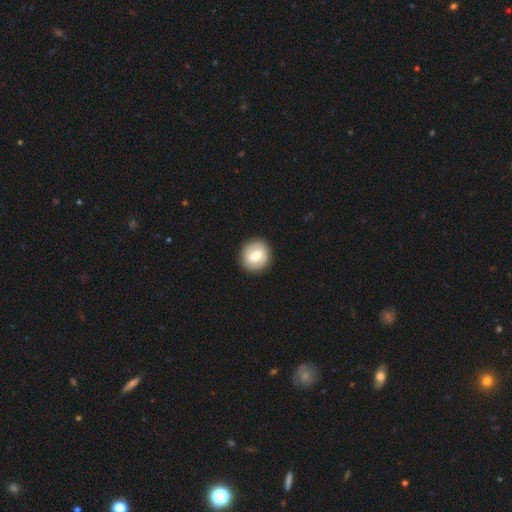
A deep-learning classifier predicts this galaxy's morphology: Smooth or featured? smooth (48%)
Merging? none (89%)